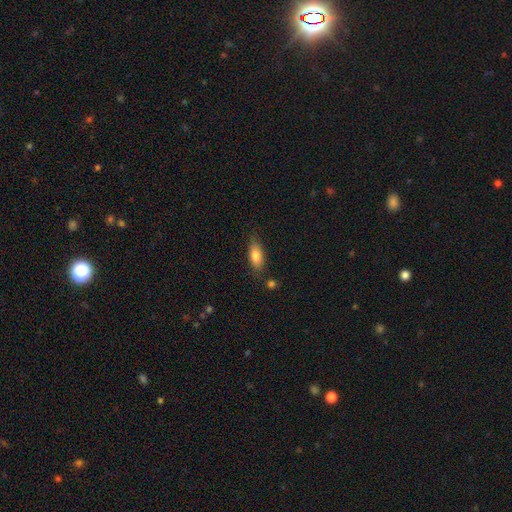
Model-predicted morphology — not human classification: Smooth or featured? smooth (77%)
How rounded? in between (76%)
Merging? none (76%)